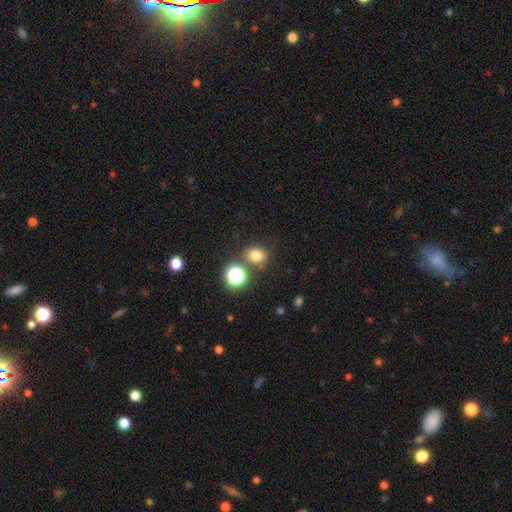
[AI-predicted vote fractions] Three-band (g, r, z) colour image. It shows a smooth galaxy with no disk features (76%) that is round (71%). Merging: none (76%).